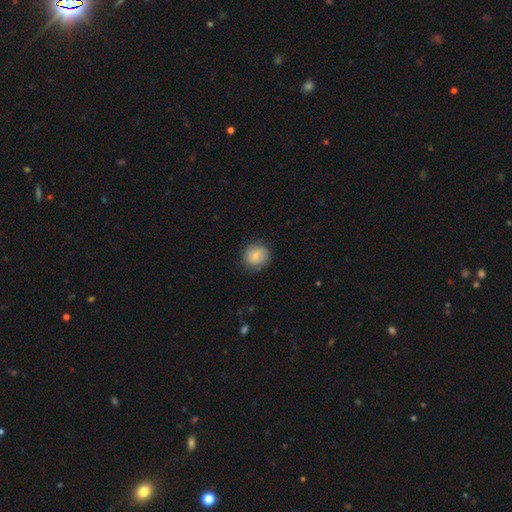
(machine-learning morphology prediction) Overall: smooth (74%). How rounded: round (84%). Merging: none (82%).